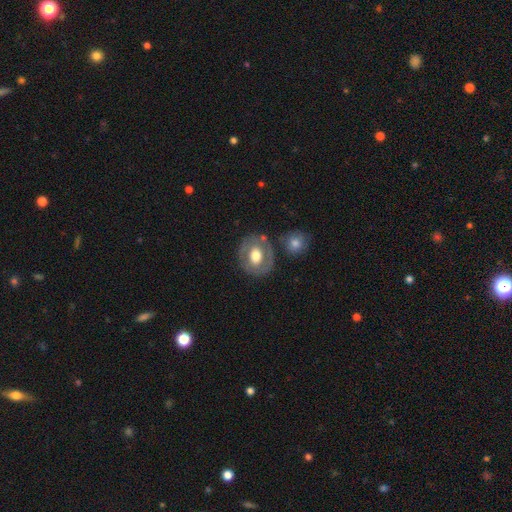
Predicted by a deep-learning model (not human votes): Smooth or featured: smooth — 50% (featured or disk — 43%)
How rounded: round — 60% (in between — 39%)
Merging: none — 75% (minor disturbance — 13%)